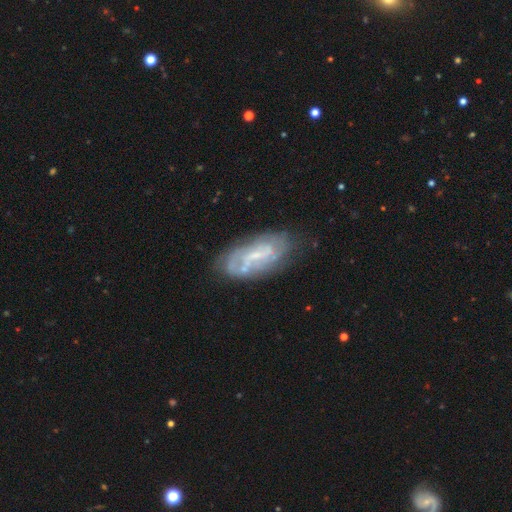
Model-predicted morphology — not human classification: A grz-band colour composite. It shows a featured or disk galaxy (71%) with a weak bar (45%), spiral arms (72%) and a small central bulge (58%). Merging: none (67%).